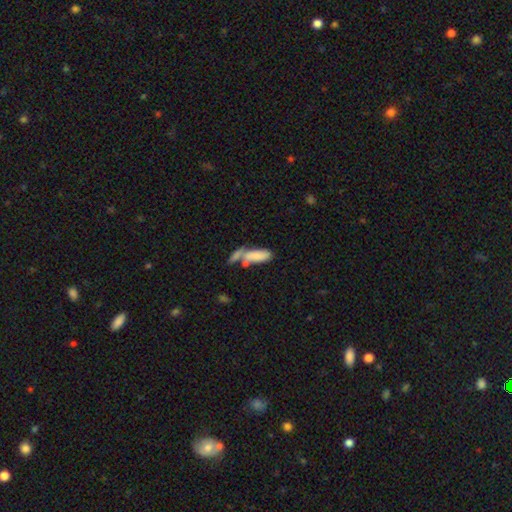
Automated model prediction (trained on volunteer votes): Overall: smooth (78%). How rounded: in between (64%; cigar-shaped 34%). Merging: merger (48%; none 32%).